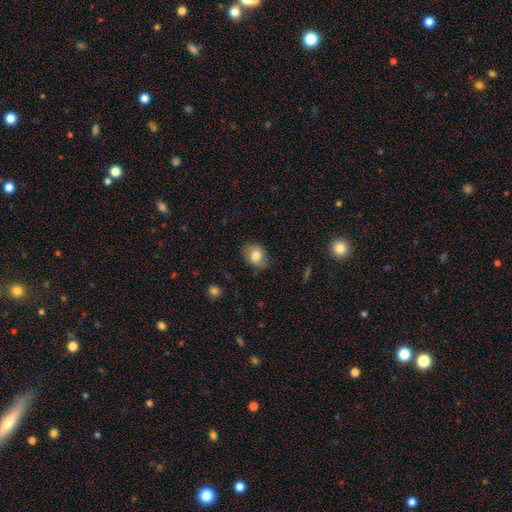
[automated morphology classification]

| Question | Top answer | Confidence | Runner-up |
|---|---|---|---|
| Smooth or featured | smooth | 79% | featured or disk (13%) |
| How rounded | in between | 64% | round (35%) |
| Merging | none | 78% | minor disturbance (17%) |